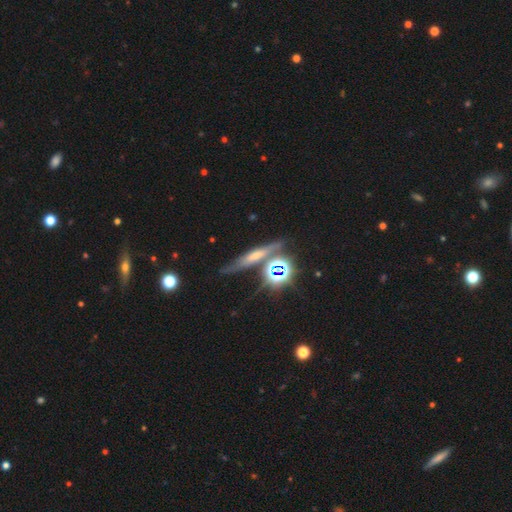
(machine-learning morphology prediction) This is marginally a featured or disk galaxy (40%). Merging: likely none (70%).